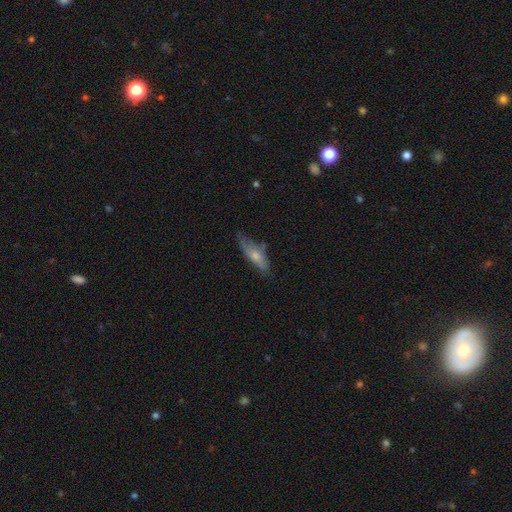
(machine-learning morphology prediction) Smooth or featured: smooth — 59% (featured or disk — 34%)
How rounded: in between — 55% (cigar-shaped — 43%)
Merging: none — 46% (minor disturbance — 35%)